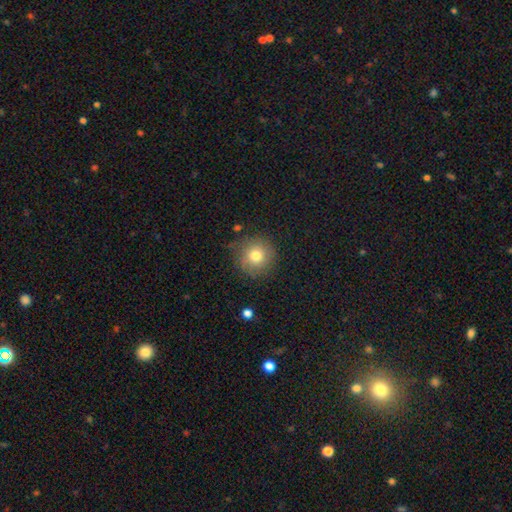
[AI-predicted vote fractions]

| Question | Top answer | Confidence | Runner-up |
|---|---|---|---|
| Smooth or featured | smooth | 76% | featured or disk (13%) |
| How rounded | round | 94% | in between (5%) |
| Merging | none | 78% | minor disturbance (15%) |